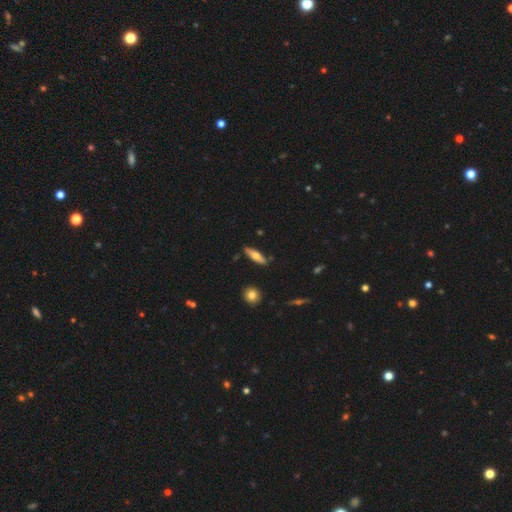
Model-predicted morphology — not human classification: type=smooth (55%); roundness=cigar-shaped (59%); merging=none (84%).